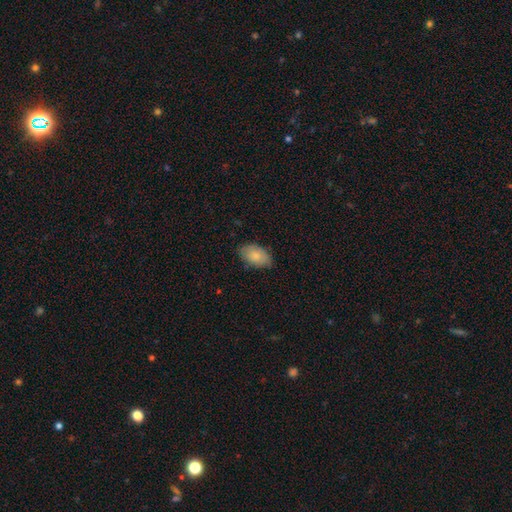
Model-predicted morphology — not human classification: This appears to be a smooth galaxy with no disk features (82%) that is in between round and cigar-shaped (92%). Merging: none (78%).